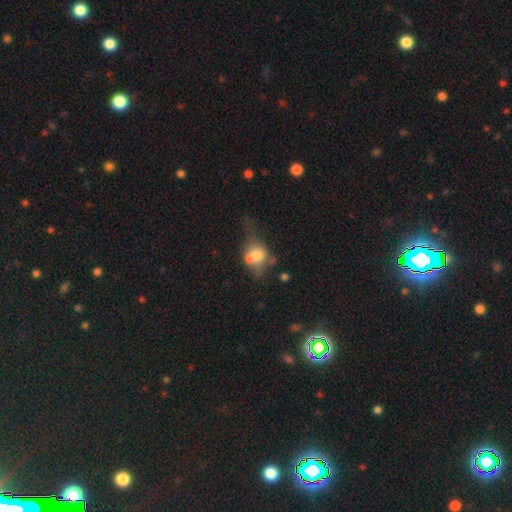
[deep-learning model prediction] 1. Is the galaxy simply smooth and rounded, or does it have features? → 60% smooth, 29% featured or disk, 11% star or artifact.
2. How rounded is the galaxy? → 51% in between, 47% round, 2% cigar-shaped.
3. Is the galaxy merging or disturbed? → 29% none, 24% major disturbance, 24% minor disturbance, 23% merger.